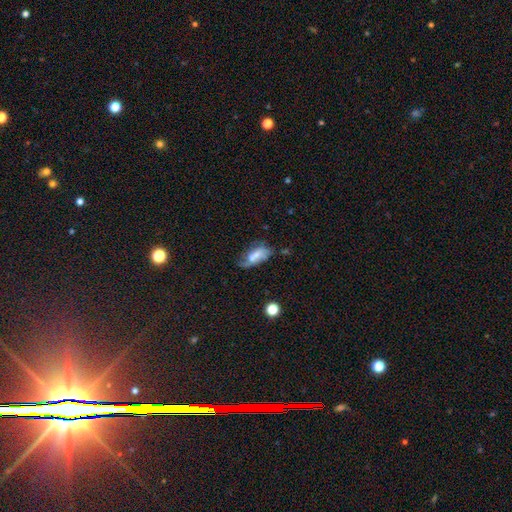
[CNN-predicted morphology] A smooth galaxy with no disk features (48%).

Vote fractions:
- Smooth or featured? smooth: 48% / featured or disk: 41% / star or artifact: 11%
- Merging? none: 37% / minor disturbance: 27% / major disturbance: 20% / merger: 15%